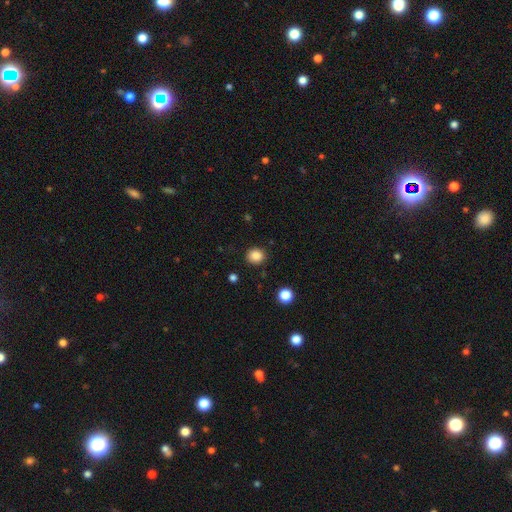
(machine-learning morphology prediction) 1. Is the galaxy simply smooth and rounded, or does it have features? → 86% smooth, 11% star or artifact, 3% featured or disk.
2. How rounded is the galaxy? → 80% round, 19% in between, 1% cigar-shaped.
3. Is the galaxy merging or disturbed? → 88% none, 8% minor disturbance, 3% major disturbance, 2% merger.